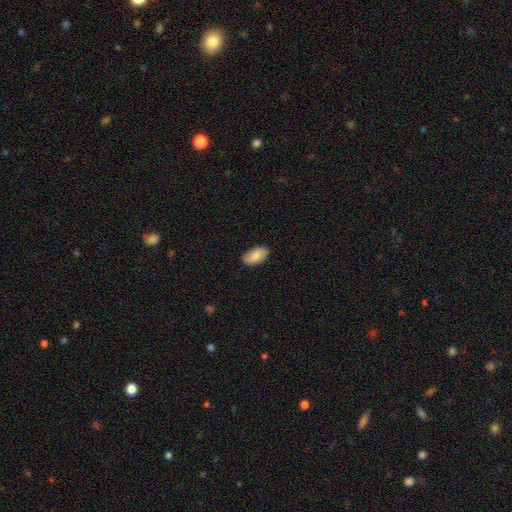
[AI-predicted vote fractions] Smooth or featured: smooth — 80% (featured or disk — 14%)
How rounded: in between — 95% (round — 3%)
Merging: none — 88% (minor disturbance — 10%)